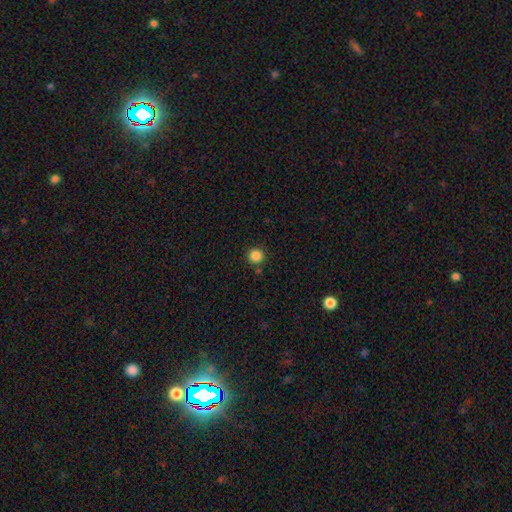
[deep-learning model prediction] A smooth galaxy with no disk features (85%) that is round (94%).

Vote fractions:
- Smooth or featured? smooth: 85% / star or artifact: 11% / featured or disk: 3%
- How rounded? round: 94% / in between: 5% / cigar-shaped: 1%
- Merging? none: 86% / minor disturbance: 7% / merger: 5% / major disturbance: 2%